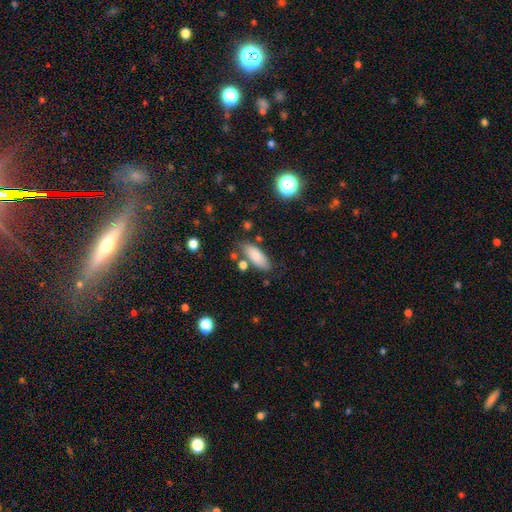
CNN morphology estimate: smooth-or-featured: smooth: 84% | featured or disk: 8% | star or artifact: 7%
  how-rounded: in between: 75% | cigar-shaped: 23% | round: 2%
  merging: none: 73% | minor disturbance: 15% | merger: 7% | major disturbance: 4%